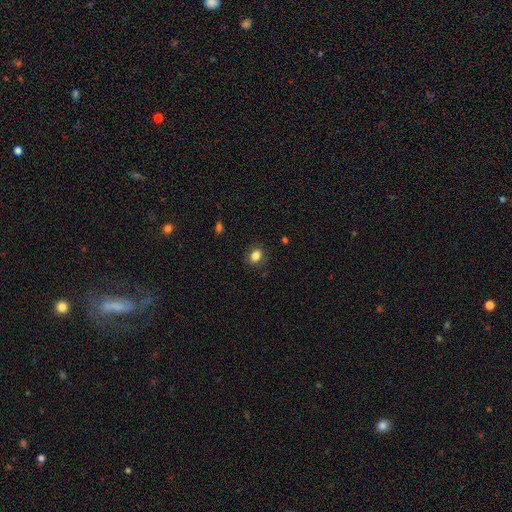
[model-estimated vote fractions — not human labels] smooth-or-featured: smooth: 85% | star or artifact: 10% | featured or disk: 5%
  how-rounded: in between: 64% | round: 34% | cigar-shaped: 1%
  merging: none: 85% | minor disturbance: 11% | major disturbance: 3% | merger: 1%